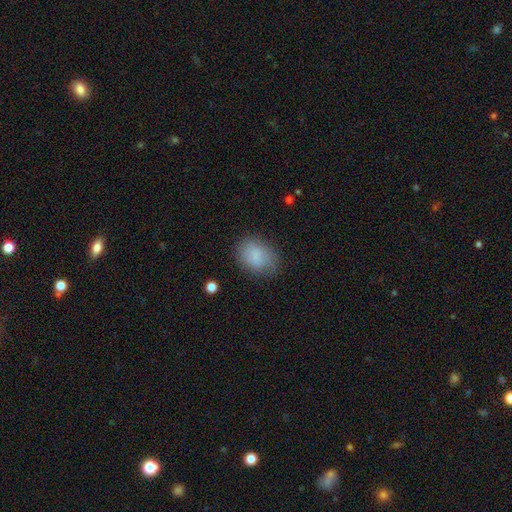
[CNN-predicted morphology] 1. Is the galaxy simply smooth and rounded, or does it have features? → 81% smooth, 10% featured or disk, 8% star or artifact.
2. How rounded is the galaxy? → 66% in between, 33% round, 1% cigar-shaped.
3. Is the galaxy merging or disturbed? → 70% none, 22% minor disturbance, 7% major disturbance, 2% merger.